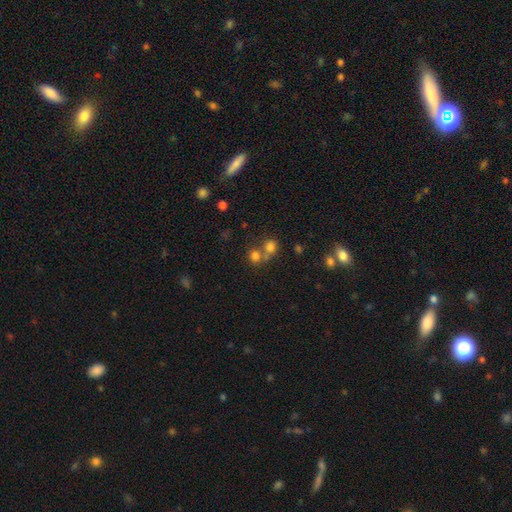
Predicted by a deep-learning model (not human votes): Overall: smooth (73%). How rounded: round (76%). Merging: none (44%, tied with merger).